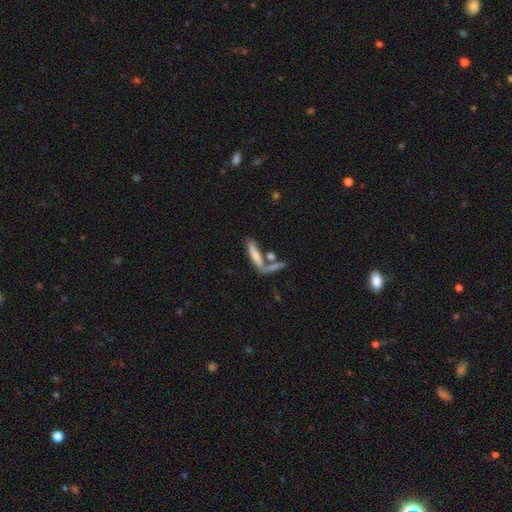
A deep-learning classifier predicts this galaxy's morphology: Smooth or featured? smooth (68%)
How rounded? cigar-shaped (72%)
Merging? none (46%)